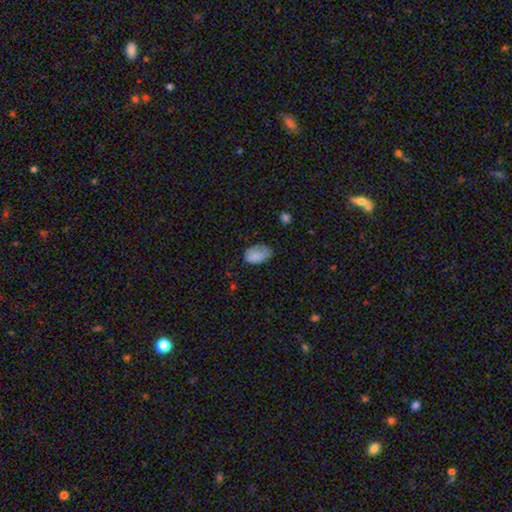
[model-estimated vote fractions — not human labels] Smooth or featured? smooth (83%)
How rounded? in between (89%)
Merging? none (52%)